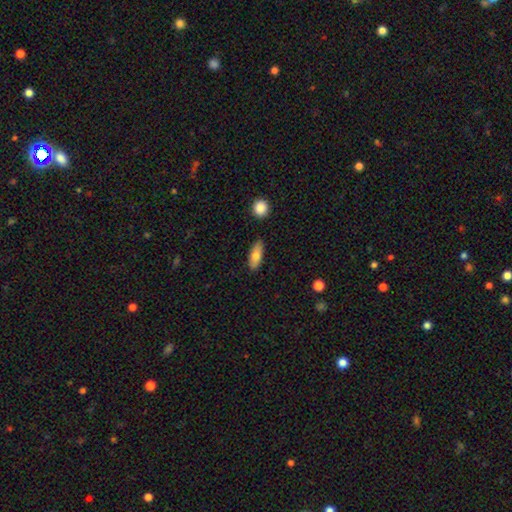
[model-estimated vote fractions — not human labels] Smooth or featured? Predicted: smooth (p=0.78). How rounded? Predicted: in between (p=0.72). Merging? Predicted: none (p=0.84).